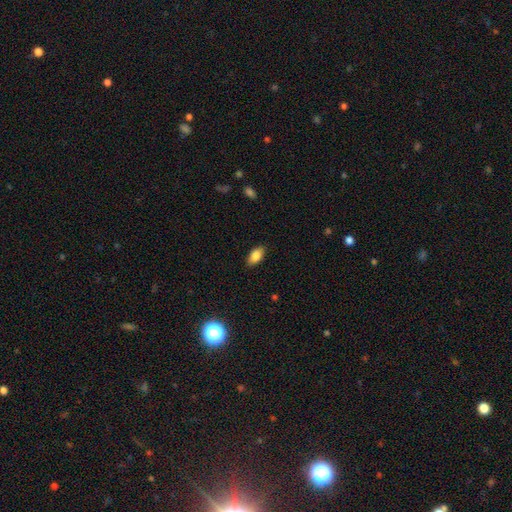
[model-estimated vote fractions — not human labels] smooth_or_featured: smooth (p=0.85) [alt: star or artifact p=0.08]
how_rounded: in between (p=0.92) [alt: cigar-shaped p=0.04]
merging: none (p=0.87) [alt: minor disturbance p=0.10]